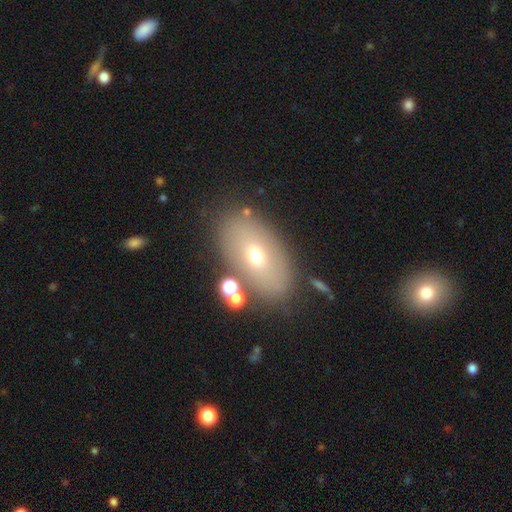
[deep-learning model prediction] Smooth or featured?
  - smooth: 59% *
  - featured or disk: 30%
  - star or artifact: 11%
How rounded?
  - in between: 89% *
  - round: 8%
  - cigar-shaped: 2%
Merging?
  - none: 78% *
  - minor disturbance: 12%
  - merger: 6%
  - major disturbance: 4%